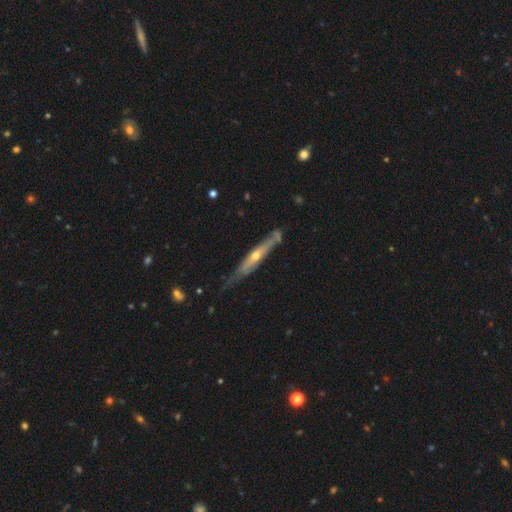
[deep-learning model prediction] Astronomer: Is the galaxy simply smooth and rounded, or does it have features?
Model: featured or disk — 67%.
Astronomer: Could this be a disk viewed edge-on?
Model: yes — 83%.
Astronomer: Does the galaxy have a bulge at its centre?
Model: rounded — 77%.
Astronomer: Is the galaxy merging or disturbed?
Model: none — 62%.